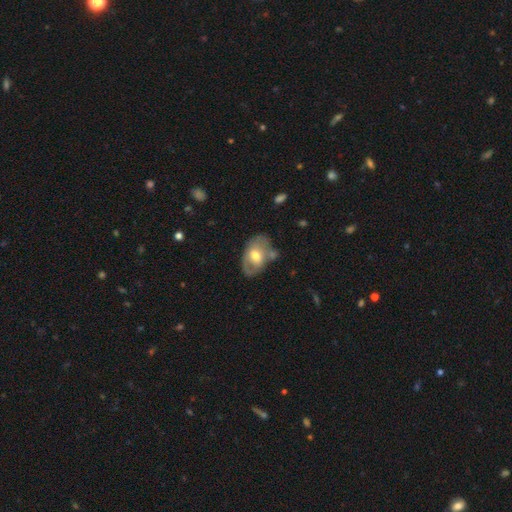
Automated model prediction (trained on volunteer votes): This is possibly a featured or disk galaxy (47%). Merging: possibly none (50%).